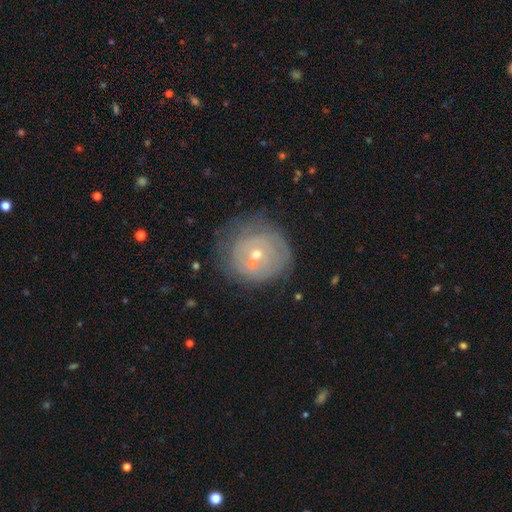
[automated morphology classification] Q: Smooth or featured?
A: featured or disk (61%); runner-up: smooth (28%)
Q: Edge-on disk?
A: no (97%); runner-up: yes (3%)
Q: Bar?
A: no (80%); runner-up: weak (16%)
Q: Spiral arms?
A: yes (57%); runner-up: no (43%)
Q: Bulge size?
A: small (64%); runner-up: moderate (31%)
Q: Merging?
A: none (58%); runner-up: minor disturbance (18%)